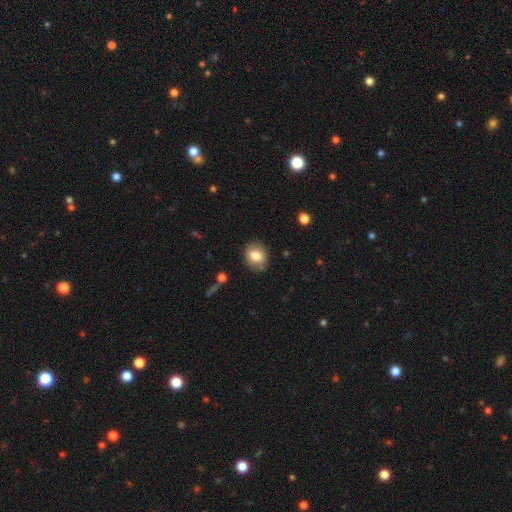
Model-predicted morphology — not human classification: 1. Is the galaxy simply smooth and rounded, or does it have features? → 79% smooth, 12% featured or disk, 9% star or artifact.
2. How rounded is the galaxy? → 61% round, 38% in between, 1% cigar-shaped.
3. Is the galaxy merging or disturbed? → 81% none, 13% minor disturbance, 3% major disturbance, 2% merger.